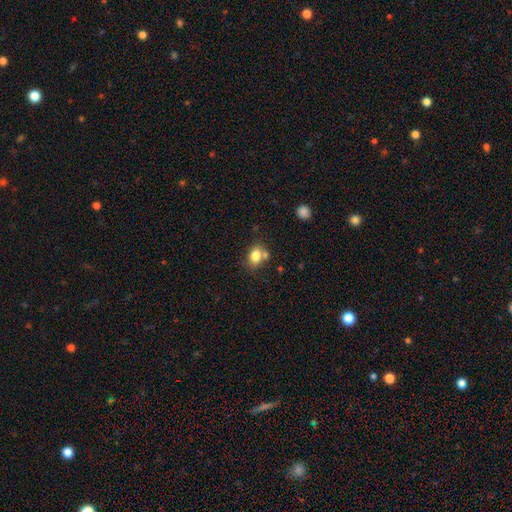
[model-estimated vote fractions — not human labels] A smooth galaxy with no disk features (80%) that is in between round and cigar-shaped (57%).

Vote fractions:
- Smooth or featured? smooth: 80% / star or artifact: 10% / featured or disk: 10%
- How rounded? in between: 57% / round: 42% / cigar-shaped: 1%
- Merging? none: 57% / merger: 24% / minor disturbance: 15% / major disturbance: 5%